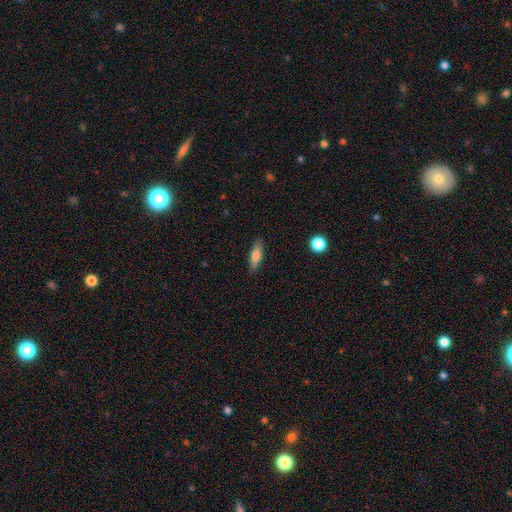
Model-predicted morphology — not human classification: Smooth or featured: smooth — 76% (featured or disk — 17%)
How rounded: cigar-shaped — 52% (in between — 46%)
Merging: none — 87% (minor disturbance — 10%)